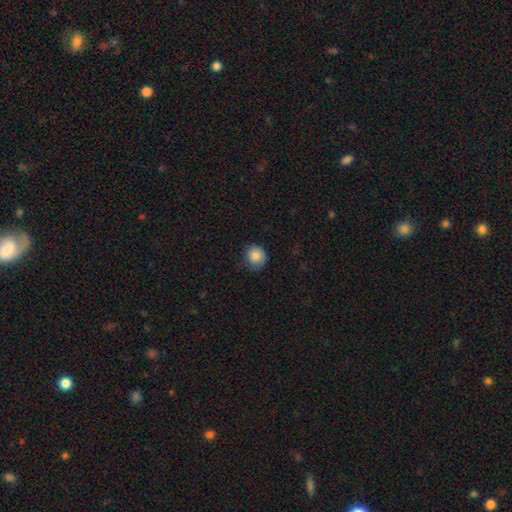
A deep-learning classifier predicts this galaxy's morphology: Smooth or featured?
  - smooth: 86% *
  - star or artifact: 9%
  - featured or disk: 4%
How rounded?
  - round: 88% *
  - in between: 11%
  - cigar-shaped: 1%
Merging?
  - none: 73% *
  - minor disturbance: 22%
  - major disturbance: 4%
  - merger: 1%